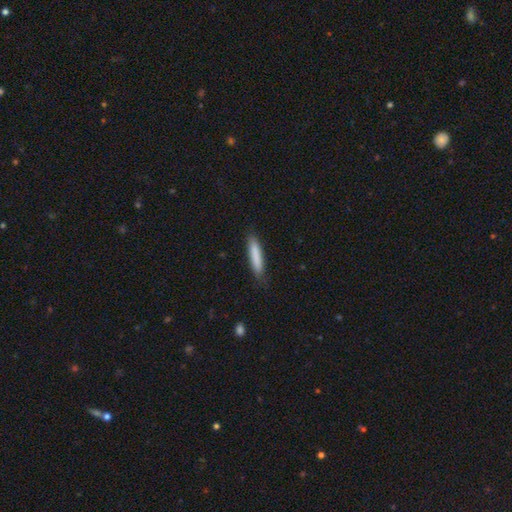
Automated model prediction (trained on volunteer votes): Smooth or featured? Predicted: smooth (p=0.83). How rounded? Predicted: cigar-shaped (p=0.86). Merging? Predicted: none (p=0.83).